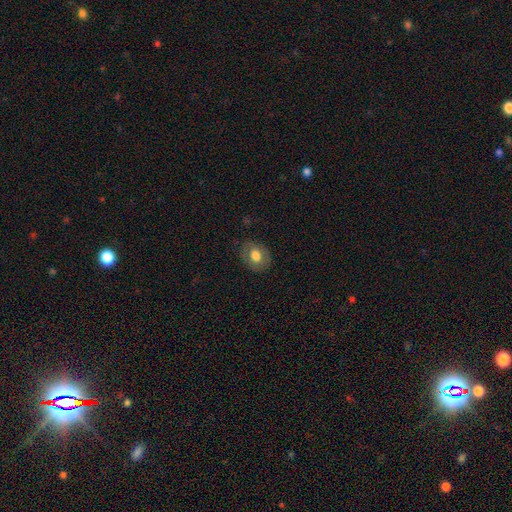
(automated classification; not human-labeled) smooth_or_featured: smooth (p=0.67) [alt: featured or disk p=0.26]
how_rounded: in between (p=0.58) [alt: round p=0.41]
merging: none (p=0.82) [alt: minor disturbance p=0.12]